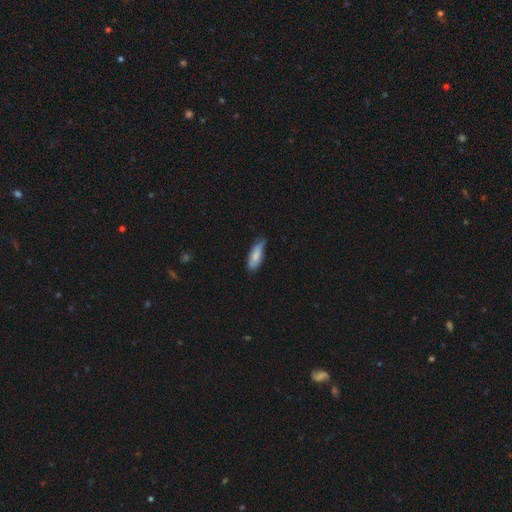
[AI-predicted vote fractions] This appears to be a smooth galaxy with no disk features (77%) that is in between round and cigar-shaped (67%). Merging: none (56%).